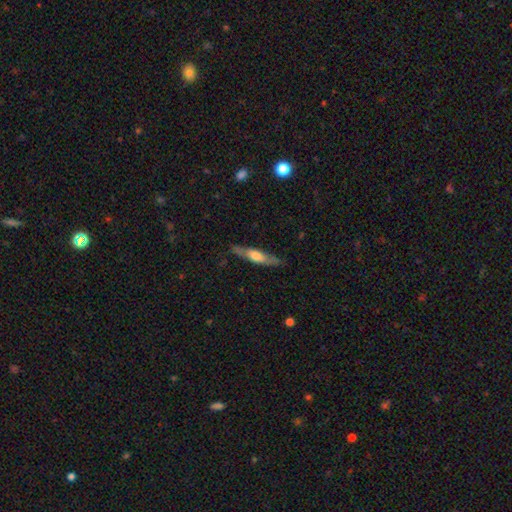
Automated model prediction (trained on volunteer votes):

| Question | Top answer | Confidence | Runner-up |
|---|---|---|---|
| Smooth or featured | featured or disk | 50% | smooth (44%) |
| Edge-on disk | yes | 82% | no (18%) |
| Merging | none | 79% | minor disturbance (16%) |